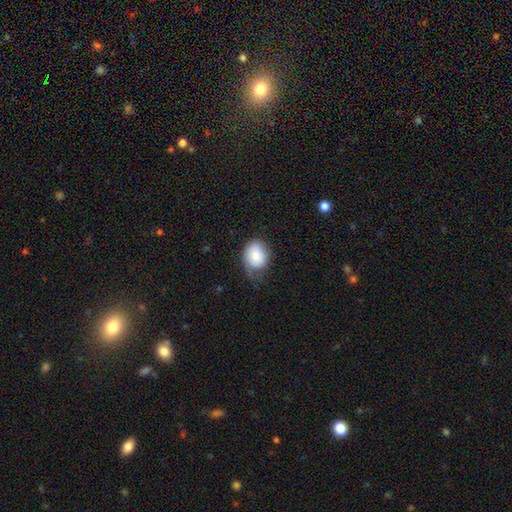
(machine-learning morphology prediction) A smooth galaxy with no disk features (81%) that is round (51%).

Vote fractions:
- Smooth or featured? smooth: 81% / featured or disk: 12% / star or artifact: 7%
- How rounded? round: 51% / in between: 48% / cigar-shaped: 1%
- Merging? none: 50% / minor disturbance: 34% / major disturbance: 15% / merger: 2%